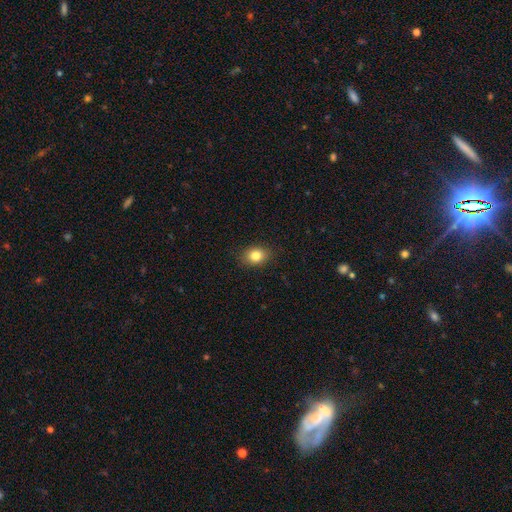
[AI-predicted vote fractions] This appears to be a smooth galaxy with no disk features (83%) that is in between round and cigar-shaped (62%). Merging: none (88%).